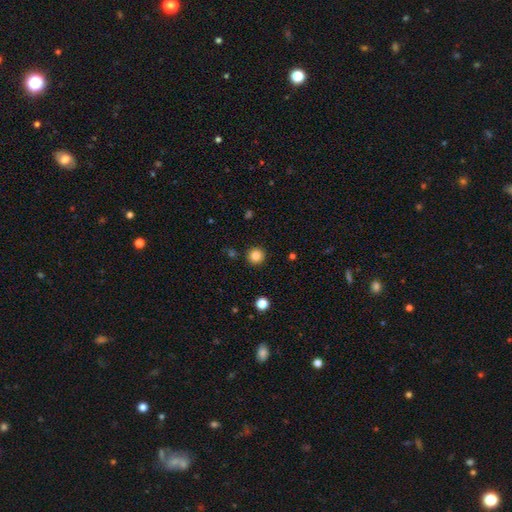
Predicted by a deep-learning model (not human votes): Smooth or featured?
  - smooth: 84% *
  - star or artifact: 11%
  - featured or disk: 5%
How rounded?
  - round: 95% *
  - in between: 4%
  - cigar-shaped: 1%
Merging?
  - none: 91% *
  - minor disturbance: 5%
  - major disturbance: 2%
  - merger: 2%